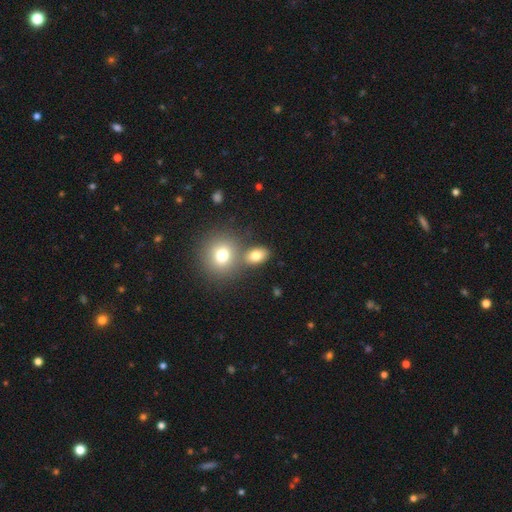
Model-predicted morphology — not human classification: Smooth or featured? Predicted: smooth (p=0.78). How rounded? Predicted: in between (p=0.66). Merging? Predicted: none (p=0.61).